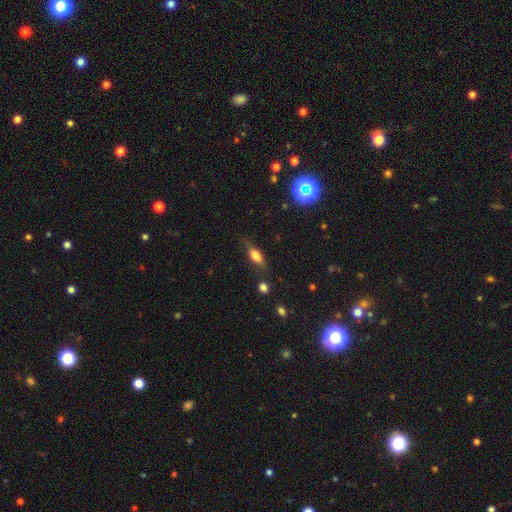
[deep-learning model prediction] Smooth or featured? Predicted: smooth (p=0.67). How rounded? Predicted: in between (p=0.67). Merging? Predicted: none (p=0.69).